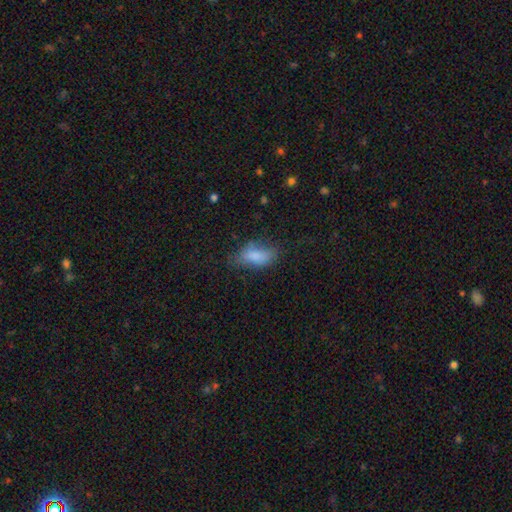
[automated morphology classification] Smooth or featured? Predicted: smooth (p=0.79). How rounded? Predicted: in between (p=0.88). Merging? Predicted: none (p=0.53).